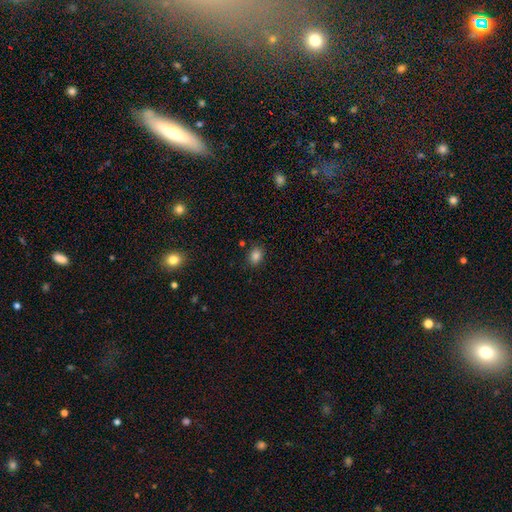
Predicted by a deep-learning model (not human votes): Overall: smooth (84%). How rounded: in between (62%; round 37%). Merging: none (85%).